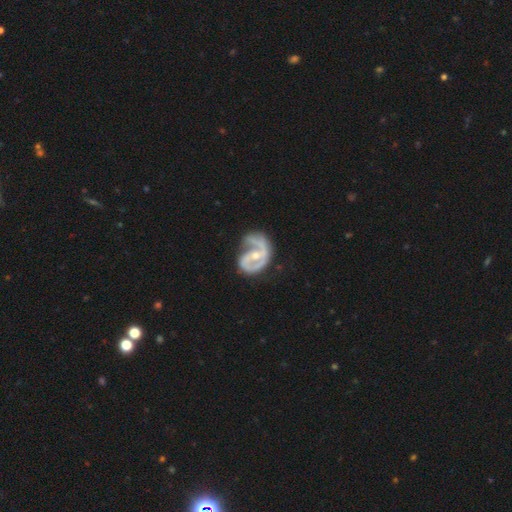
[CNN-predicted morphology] This appears to be a featured or disk galaxy (85%) with no bar (40%, tied with weak), 2 (54%) medium (45%) spiral arms (91%) and a small central bulge (50%). Merging: none (37%).